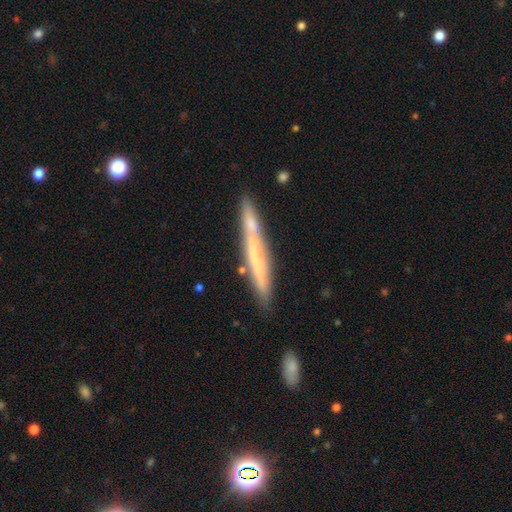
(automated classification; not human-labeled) Q: Smooth or featured?
A: featured or disk (48%); runner-up: smooth (46%)
Q: Merging?
A: none (81%); runner-up: minor disturbance (13%)